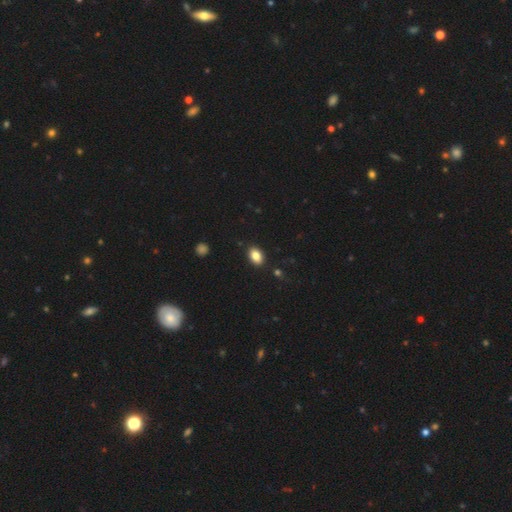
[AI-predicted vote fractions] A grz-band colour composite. It shows a smooth galaxy with no disk features (84%) that is in between round and cigar-shaped (84%). Merging: none (89%).